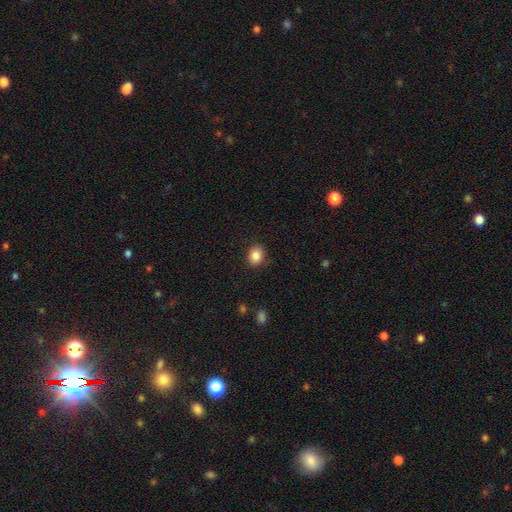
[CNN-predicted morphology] Q: Smooth or featured?
A: smooth (86%); runner-up: star or artifact (9%)
Q: How rounded?
A: round (55%); runner-up: in between (44%)
Q: Merging?
A: none (86%); runner-up: minor disturbance (10%)